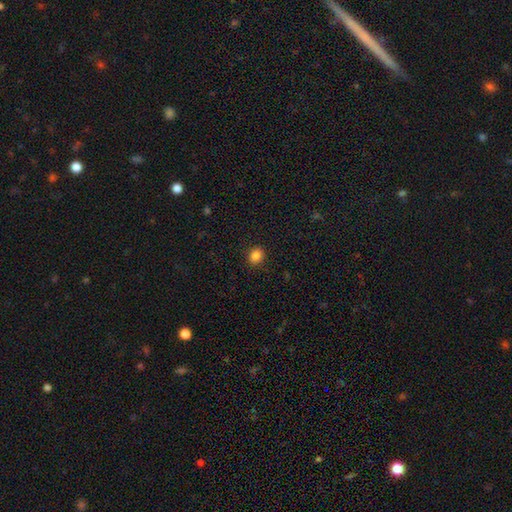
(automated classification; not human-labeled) A smooth galaxy with no disk features (85%) that is round (70%).

Vote fractions:
- Smooth or featured? smooth: 85% / star or artifact: 11% / featured or disk: 4%
- How rounded? round: 70% / in between: 29% / cigar-shaped: 1%
- Merging? none: 91% / minor disturbance: 6% / major disturbance: 2% / merger: 1%